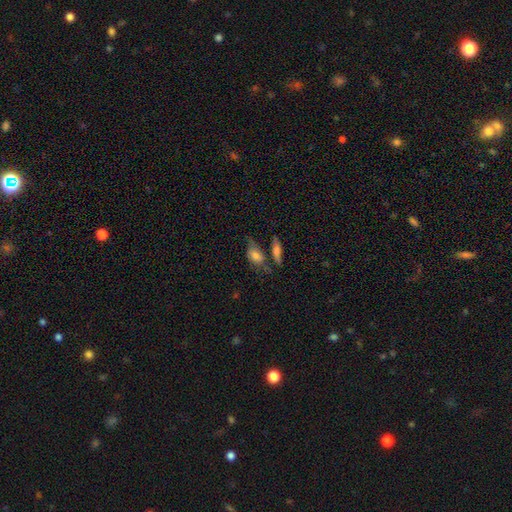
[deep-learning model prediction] This is likely a smooth galaxy (65%). How rounded: clearly in between (83%). Merging: marginally none (44%).